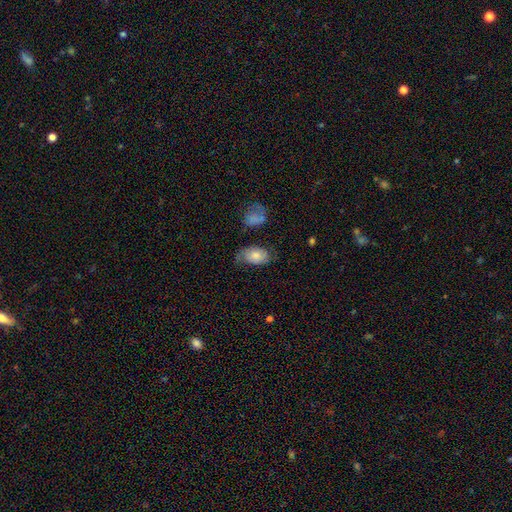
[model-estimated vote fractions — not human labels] smooth 69%, featured or disk 24%, star or artifact 7%. Down the decision tree: how rounded — in between (90%); merging — none (51%).